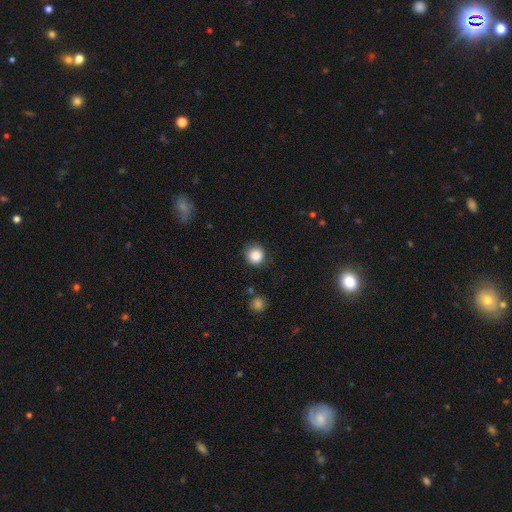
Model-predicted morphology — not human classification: This appears to be a smooth galaxy with no disk features (85%) that is round (92%). Merging: none (86%).